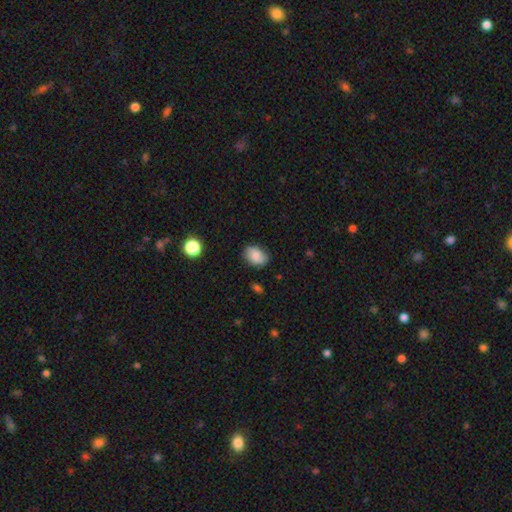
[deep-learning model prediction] Smooth or featured?
  - smooth: 80% *
  - featured or disk: 12%
  - star or artifact: 8%
How rounded?
  - in between: 79% *
  - round: 20%
  - cigar-shaped: 1%
Merging?
  - none: 76% *
  - minor disturbance: 19%
  - major disturbance: 3%
  - merger: 2%